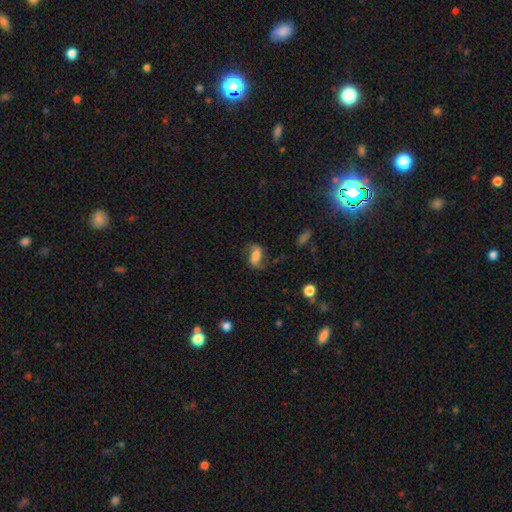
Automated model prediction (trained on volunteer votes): smooth-or-featured: featured or disk: 61% | smooth: 30% | star or artifact: 9%
  disk-edge-on: no: 95% | yes: 5%
    bar: weak: 38% | strong: 33% | no: 28%
    has-spiral-arms: yes: 90% | no: 10%
      spiral-winding: loose: 54% | medium: 36% | tight: 10%
      spiral-arm-count: 2: 89% | can't tell: 4% | 1: 4% | 3: 1% | 4: 1% | more than 4: 1%
    bulge-size: moderate: 33% | large: 25% | small: 21% | none: 16% | dominant: 5%
  merging: none: 67% | minor disturbance: 19% | major disturbance: 12% | merger: 2%